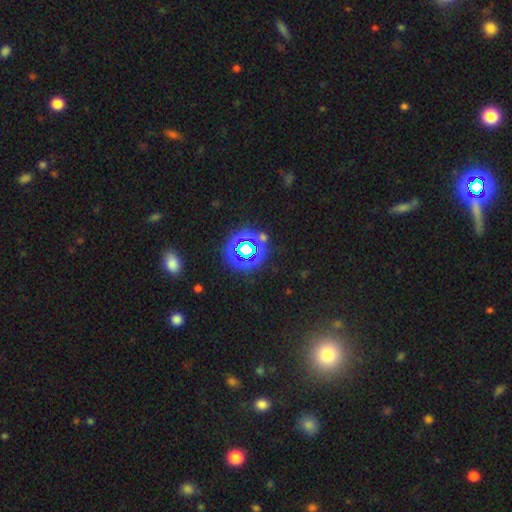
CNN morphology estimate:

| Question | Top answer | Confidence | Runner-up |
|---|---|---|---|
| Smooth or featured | star or artifact | 54% | smooth (37%) |